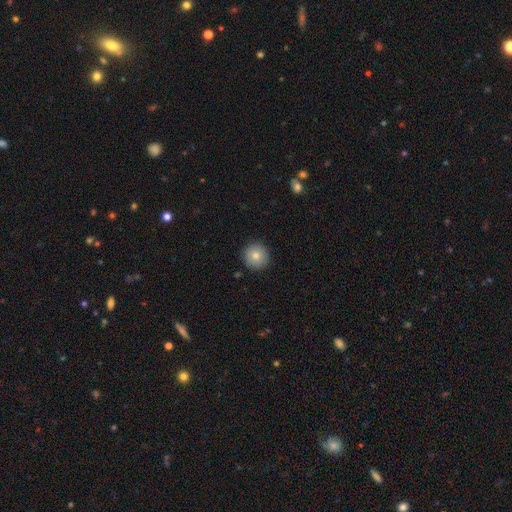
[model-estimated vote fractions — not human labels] Smooth or featured: smooth — 79% (featured or disk — 12%)
How rounded: round — 95% (in between — 4%)
Merging: none — 90% (minor disturbance — 7%)